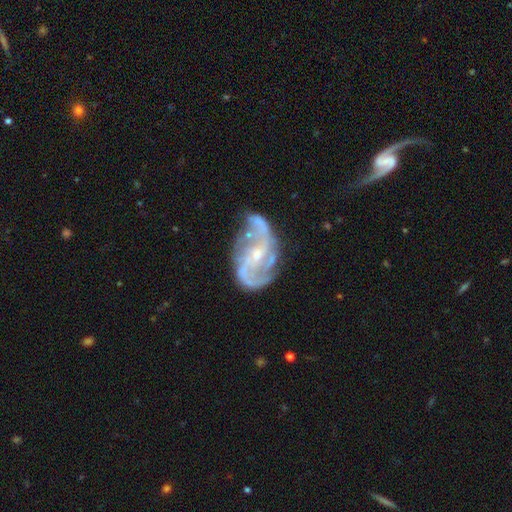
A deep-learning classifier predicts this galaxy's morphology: A featured or disk galaxy (89%) with no bar (42%), 2 (66%) medium (45%) spiral arms (96%) and a small central bulge (66%).

Vote fractions:
- Smooth or featured? featured or disk: 89% / star or artifact: 6% / smooth: 5%
- Edge-on disk? no: 97% / yes: 3%
- Bar? no: 42% / weak: 41% / strong: 17%
- Spiral arms? yes: 96% / no: 4%
- Spiral winding? medium: 45% / loose: 36% / tight: 19%
- Spiral arm count? 2: 66% / 3: 13% / can't tell: 10% / 4: 4% / 1: 4% / more than 4: 3%
- Bulge size? small: 66% / moderate: 30% / none: 3% / large: 1% / dominant: 1%
- Merging? none: 54% / minor disturbance: 25% / major disturbance: 16% / merger: 5%